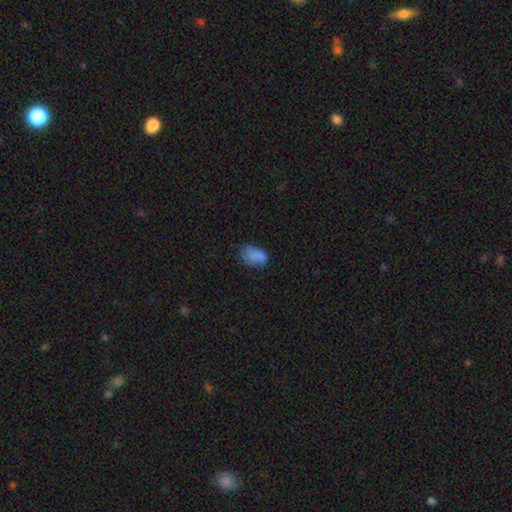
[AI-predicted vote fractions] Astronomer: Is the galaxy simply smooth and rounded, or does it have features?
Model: smooth — 81%.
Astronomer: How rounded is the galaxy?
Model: in between — 89%.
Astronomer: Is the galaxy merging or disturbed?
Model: none — 57%.